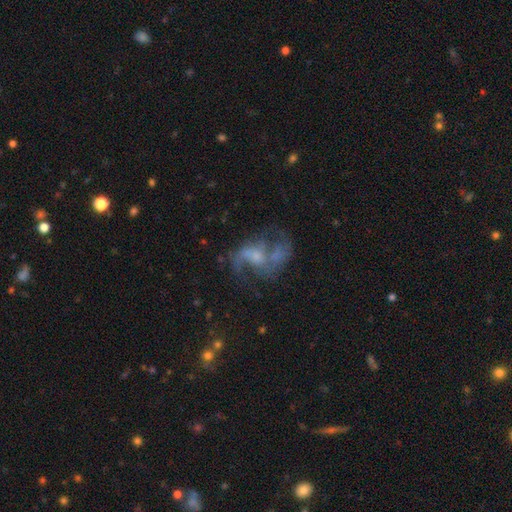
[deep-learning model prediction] Smooth or featured? Predicted: featured or disk (p=0.75). Edge-on disk? Predicted: no (p=0.97). Bar? Predicted: no (p=0.56). Spiral arms? Predicted: yes (p=0.81). Spiral winding? Predicted: loose (p=0.60). Spiral arm count? Predicted: 2 (p=0.72). Bulge size? Predicted: small (p=0.43). Merging? Predicted: none (p=0.44).